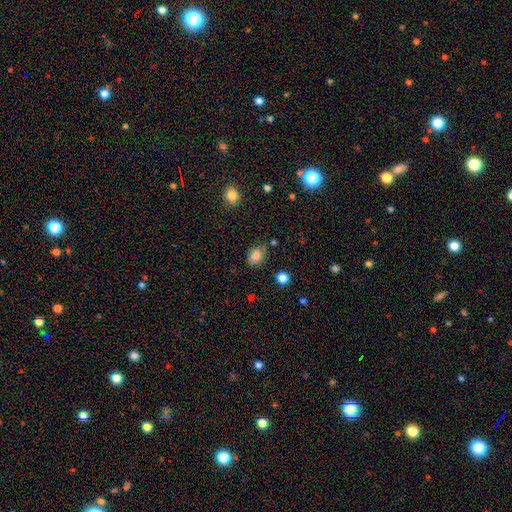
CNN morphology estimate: The model was most divided on "how rounded": in between: 65%, round: 34%, cigar-shaped: 1%. More confident: smooth or featured — smooth (81%); merging — none (73%).